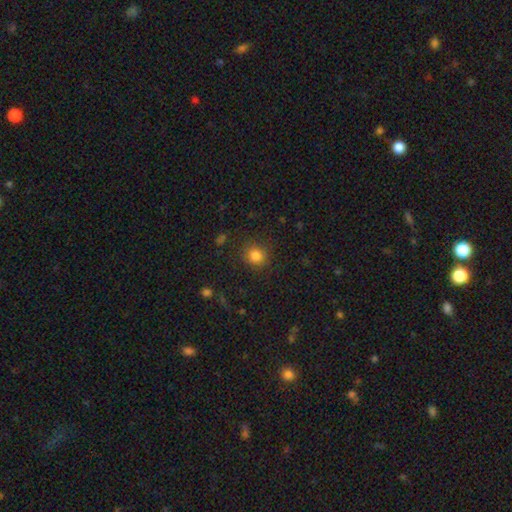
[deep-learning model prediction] This is clearly a smooth galaxy (83%). How rounded: clearly round (84%). Merging: clearly none (84%).